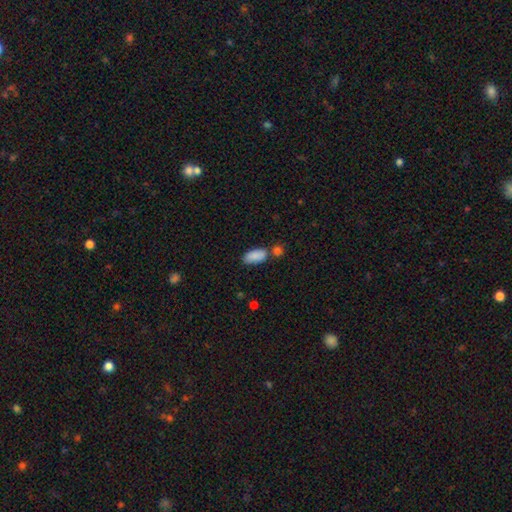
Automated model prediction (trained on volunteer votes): This is clearly a smooth galaxy (87%). How rounded: clearly in between (91%). Merging: possibly none (59%).